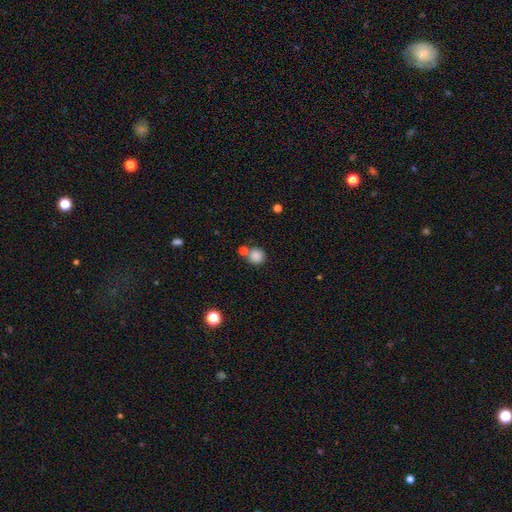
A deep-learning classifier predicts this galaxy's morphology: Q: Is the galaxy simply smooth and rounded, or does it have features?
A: smooth — 85%.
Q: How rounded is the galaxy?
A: round — 92%.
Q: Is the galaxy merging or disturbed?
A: none — 70%.